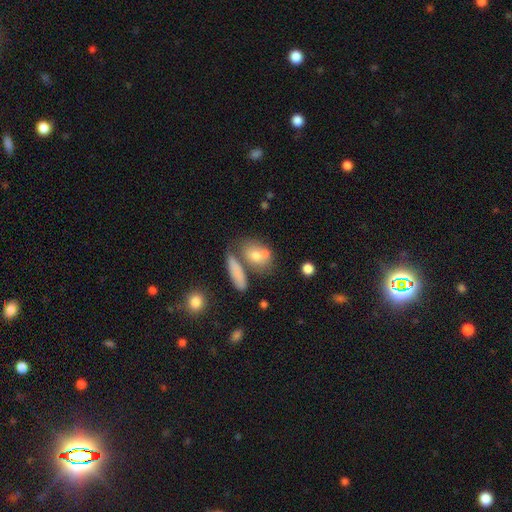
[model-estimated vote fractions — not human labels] This is likely a smooth galaxy (70%). How rounded: possibly in between (60%). Merging: marginally none (41%).